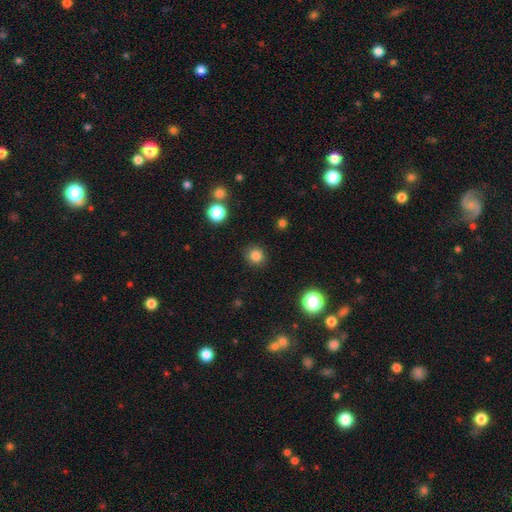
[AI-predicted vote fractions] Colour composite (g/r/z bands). It shows a smooth galaxy with no disk features (84%) that is round (89%). Merging: none (89%).